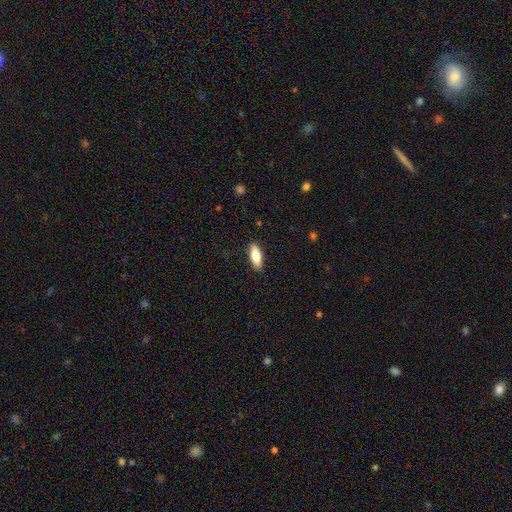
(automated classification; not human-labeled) This is likely a smooth galaxy (74%). How rounded: likely in between (64%). Merging: clearly none (89%).